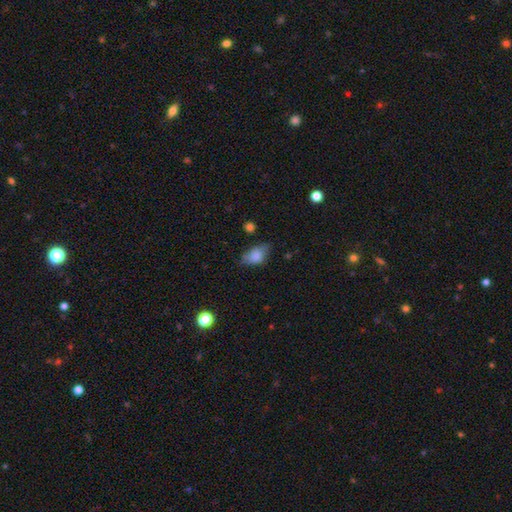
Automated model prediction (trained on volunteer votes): Q: Smooth or featured?
A: smooth (79%); runner-up: featured or disk (12%)
Q: How rounded?
A: in between (83%); runner-up: round (14%)
Q: Merging?
A: none (54%); runner-up: minor disturbance (33%)